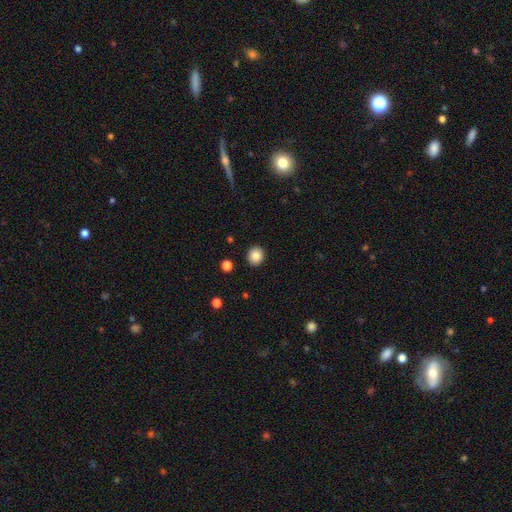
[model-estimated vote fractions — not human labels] The model was most divided on "smooth or featured": smooth: 85%, star or artifact: 9%, featured or disk: 5%. More confident: merging — none (92%); how rounded — round (88%).